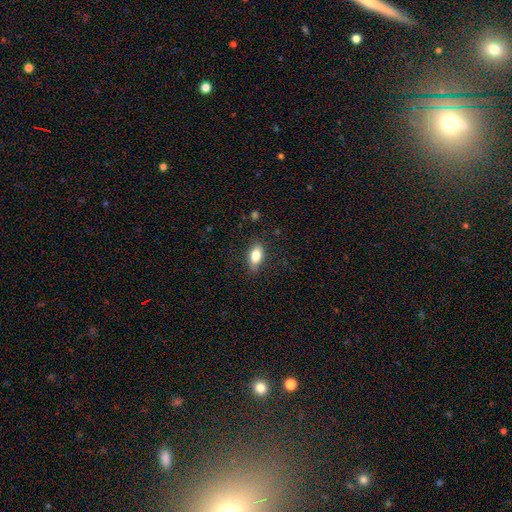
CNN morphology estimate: type=smooth (78%); roundness=in between (84%); merging=none (81%).